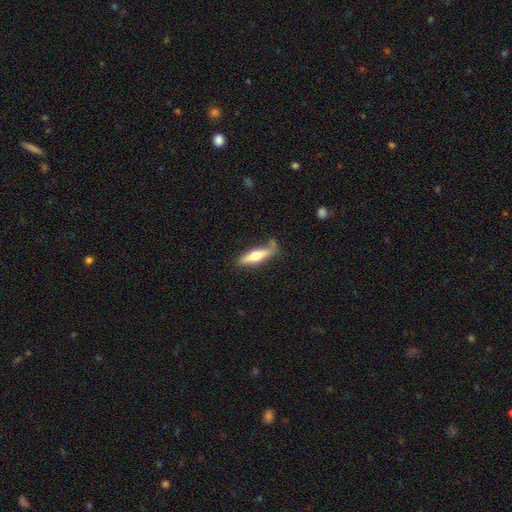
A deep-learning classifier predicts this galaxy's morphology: smooth 52%, featured or disk 42%, star or artifact 6%. Down the decision tree: how rounded — cigar-shaped (67%); merging — none (60%).